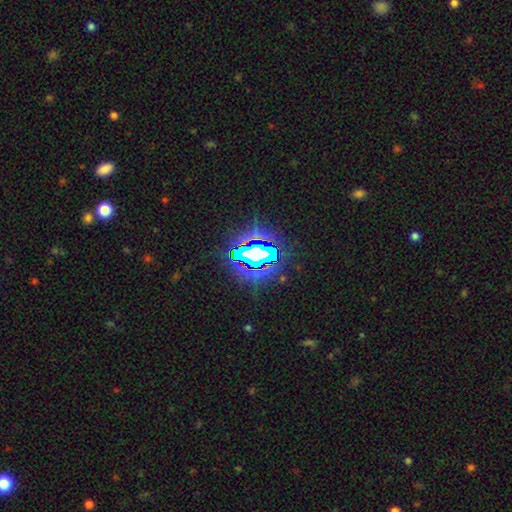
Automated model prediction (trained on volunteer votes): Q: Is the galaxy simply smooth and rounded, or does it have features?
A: star or artifact — 72%.